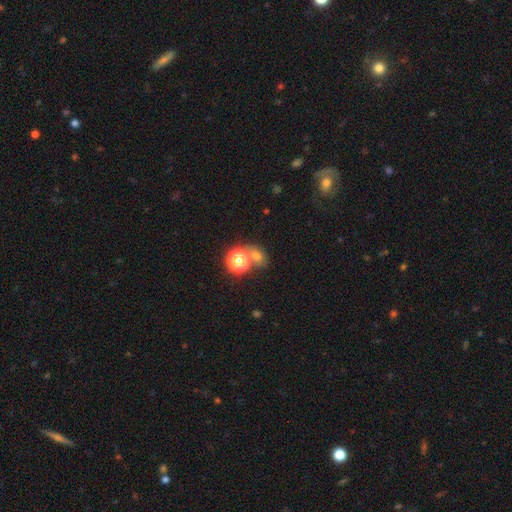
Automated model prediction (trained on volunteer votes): smooth_or_featured: smooth (p=0.58) [alt: star or artifact p=0.32]
how_rounded: round (p=0.60) [alt: in between p=0.39]
merging: none (p=0.58) [alt: merger p=0.25]